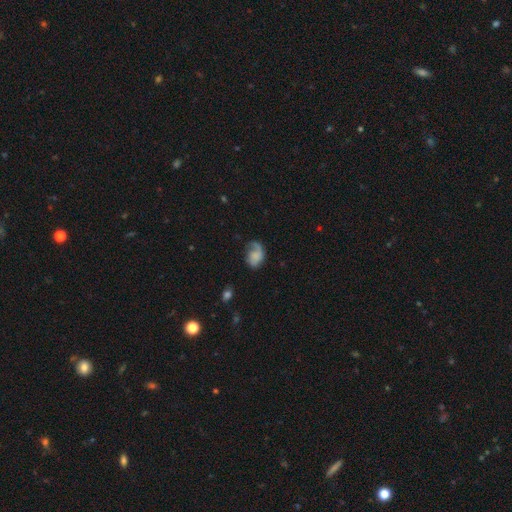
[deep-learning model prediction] Smooth or featured?
  - smooth: 49% *
  - featured or disk: 42%
  - star or artifact: 9%
Merging?
  - none: 40% *
  - major disturbance: 29%
  - minor disturbance: 27%
  - merger: 3%